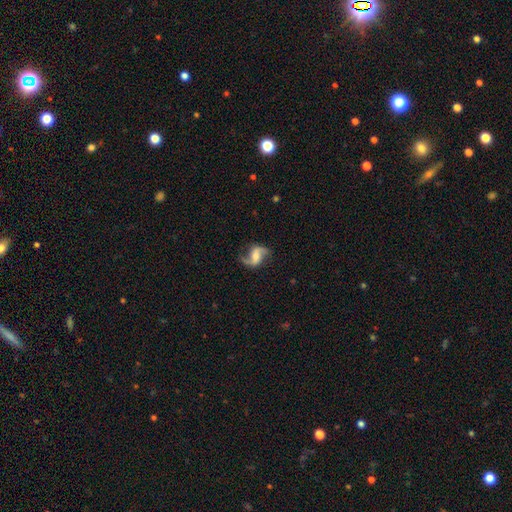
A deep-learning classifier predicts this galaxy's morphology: A featured or disk galaxy (84%) with a weak bar (44%), 2 (92%) loose (64%) spiral arms (96%) and a moderate central bulge (43%). Merging: none (76%).